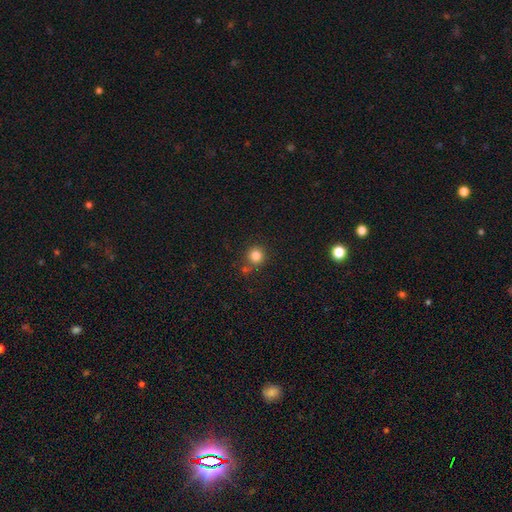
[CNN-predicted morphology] A smooth galaxy with no disk features (82%) that is round (93%). Merging: none (77%).